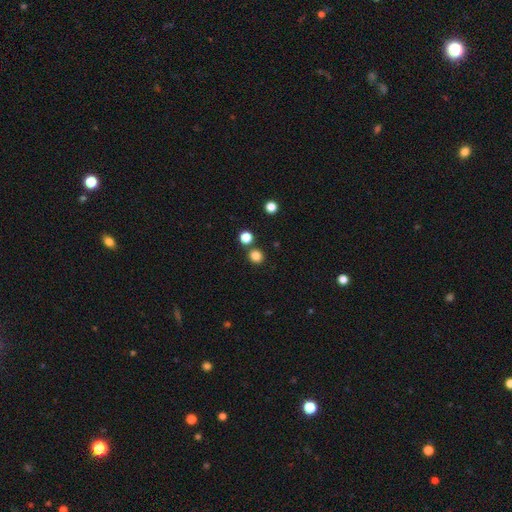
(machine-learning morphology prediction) smooth_or_featured: smooth (p=0.83) [alt: star or artifact p=0.13]
how_rounded: round (p=0.91) [alt: in between p=0.09]
merging: none (p=0.83) [alt: merger p=0.09]